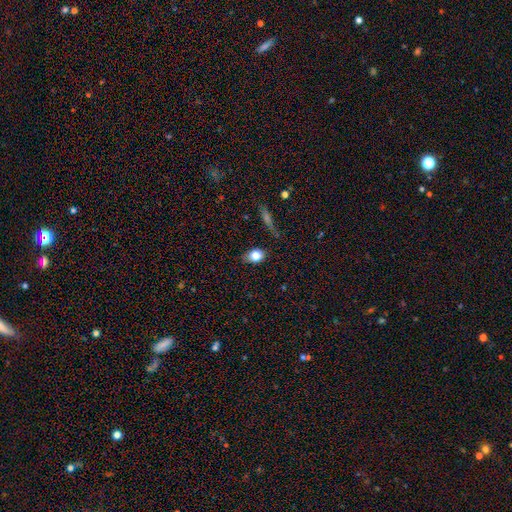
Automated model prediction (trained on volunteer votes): This appears to be a smooth galaxy with no disk features (81%) that is in between round and cigar-shaped (62%). Merging: none (76%).